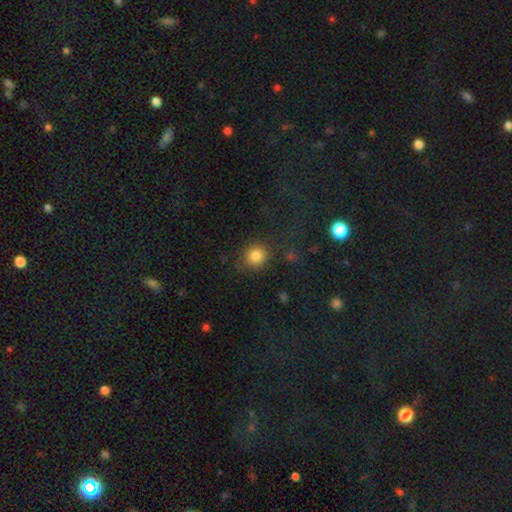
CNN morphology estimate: A smooth galaxy with no disk features (82%) that is round (80%).

Vote fractions:
- Smooth or featured? smooth: 82% / star or artifact: 12% / featured or disk: 6%
- How rounded? round: 80% / in between: 18% / cigar-shaped: 1%
- Merging? none: 76% / minor disturbance: 14% / major disturbance: 6% / merger: 4%